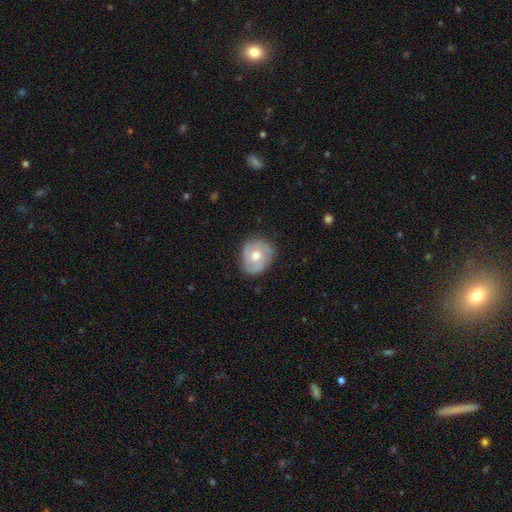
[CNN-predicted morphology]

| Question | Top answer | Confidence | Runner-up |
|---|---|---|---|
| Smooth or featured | featured or disk | 51% | smooth (42%) |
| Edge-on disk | no | 96% | yes (4%) |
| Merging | none | 74% | minor disturbance (20%) |